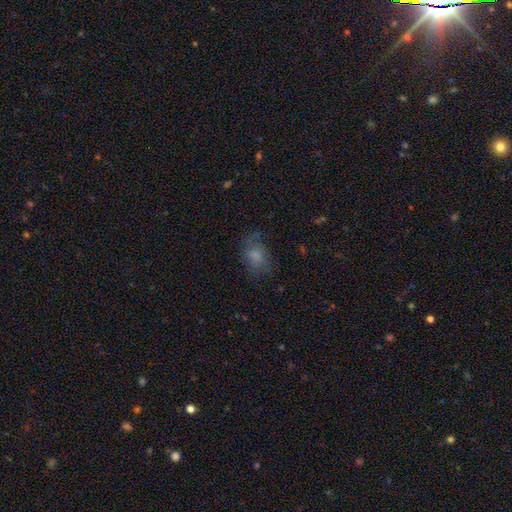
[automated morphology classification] type=smooth (72%); roundness=in between (73%); merging=none (63%).